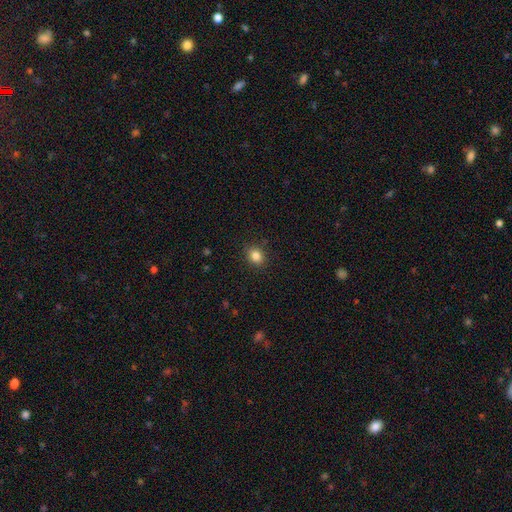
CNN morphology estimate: Q: Smooth or featured?
A: smooth (84%); runner-up: star or artifact (11%)
Q: How rounded?
A: round (63%); runner-up: in between (37%)
Q: Merging?
A: none (89%); runner-up: minor disturbance (8%)